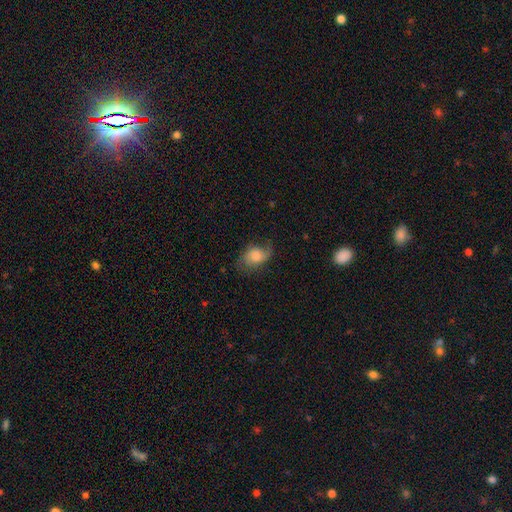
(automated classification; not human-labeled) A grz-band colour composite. It shows a featured or disk galaxy (49%). Merging: none (61%).